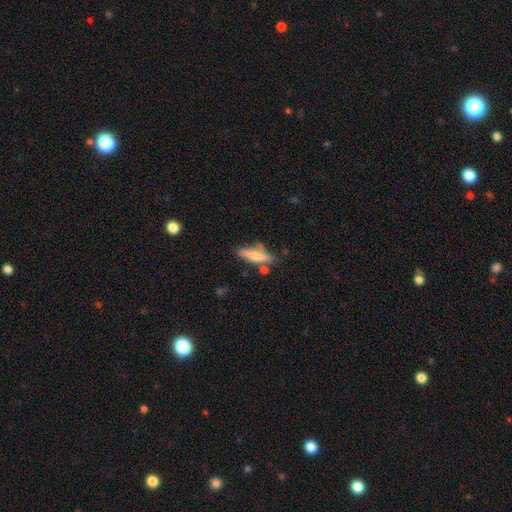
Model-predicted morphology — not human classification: smooth_or_featured: smooth (p=0.63) [alt: featured or disk p=0.30]
how_rounded: cigar-shaped (p=0.73) [alt: in between p=0.25]
merging: none (p=0.63) [alt: minor disturbance p=0.20]